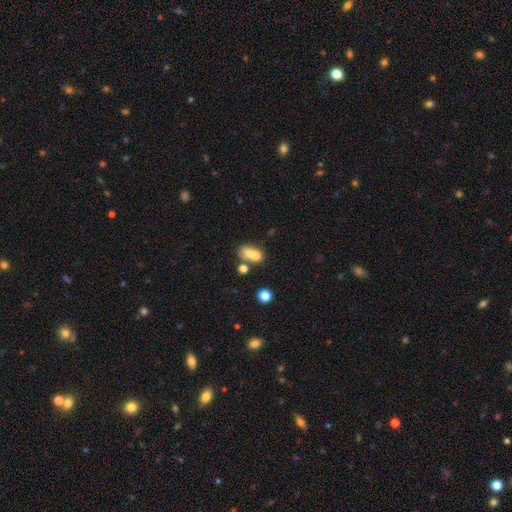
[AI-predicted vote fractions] The model was most divided on "merging": none: 36%, merger: 35%, minor disturbance: 16%, major disturbance: 13%. More confident: smooth or featured — smooth (67%); how rounded — in between (66%).